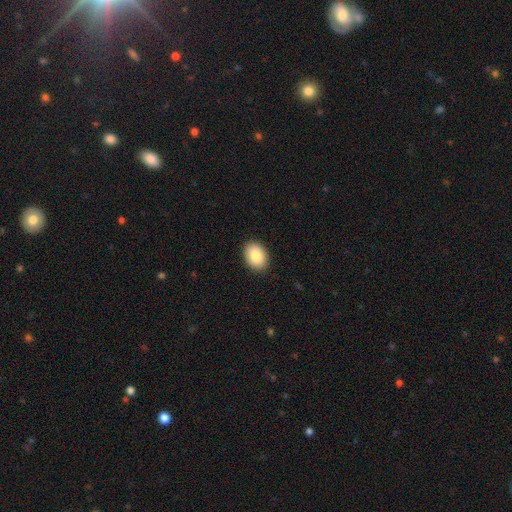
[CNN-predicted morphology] type=smooth (87%); roundness=in between (78%); merging=none (90%).